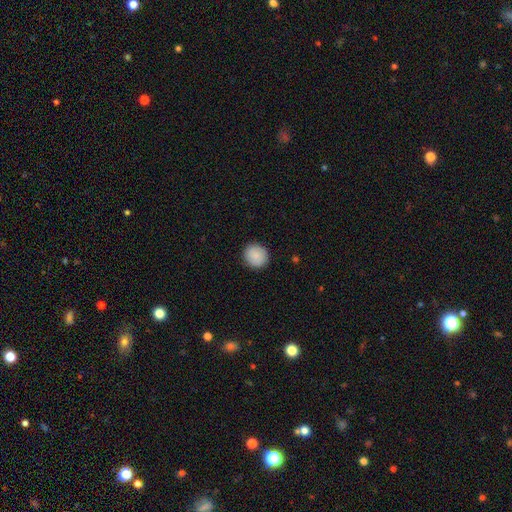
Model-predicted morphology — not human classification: Smooth or featured? Predicted: smooth (p=0.86). How rounded? Predicted: round (p=0.89). Merging? Predicted: none (p=0.90).